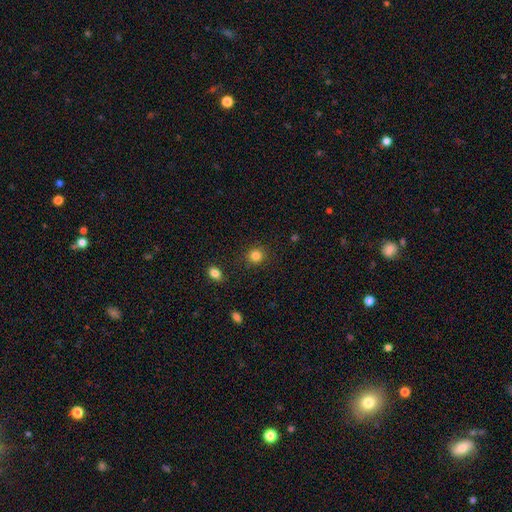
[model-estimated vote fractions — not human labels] Smooth or featured? smooth (84%)
How rounded? round (85%)
Merging? none (88%)